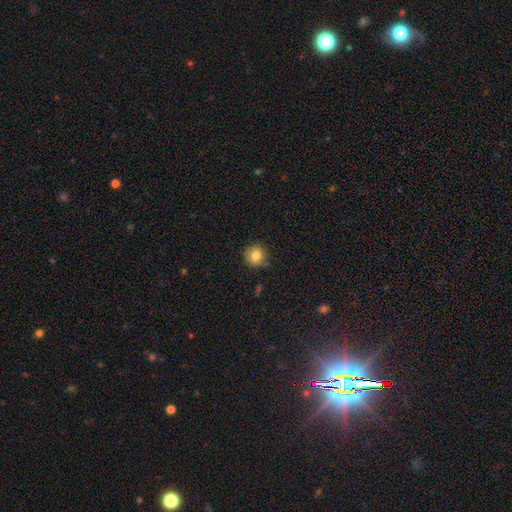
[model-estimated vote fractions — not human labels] Morphology: type=smooth (80%); roundness=round (88%); merging=none (84%).